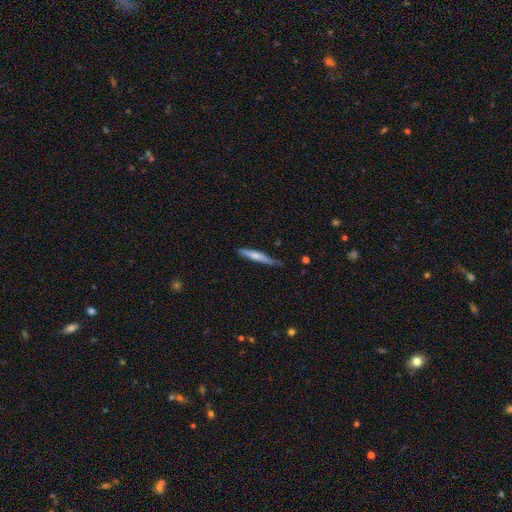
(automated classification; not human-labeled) Smooth or featured? Predicted: smooth (p=0.60). How rounded? Predicted: cigar-shaped (p=0.92). Merging? Predicted: none (p=0.69).